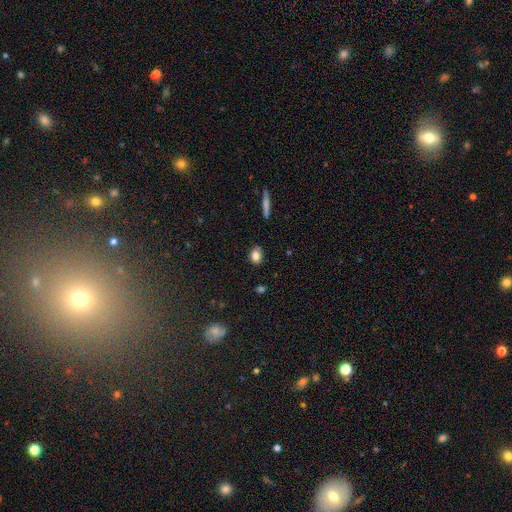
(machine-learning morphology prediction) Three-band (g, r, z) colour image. It shows a smooth galaxy with no disk features (82%) that is in between round and cigar-shaped (70%). Merging: none (80%).